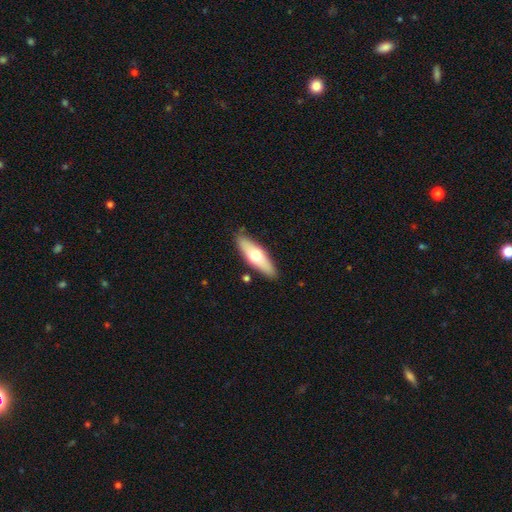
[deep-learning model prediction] The model was most divided on "how rounded": cigar-shaped: 52%, in between: 46%, round: 2%. More confident: merging — none (85%); smooth or featured — smooth (57%).